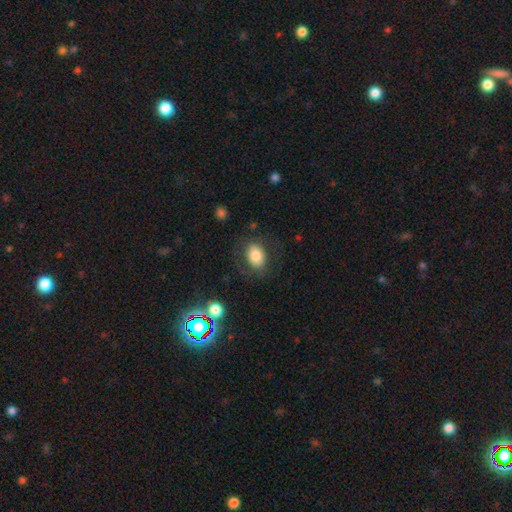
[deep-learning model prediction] Q: Smooth or featured?
A: smooth (76%); runner-up: featured or disk (16%)
Q: How rounded?
A: in between (73%); runner-up: round (25%)
Q: Merging?
A: none (70%); runner-up: minor disturbance (17%)